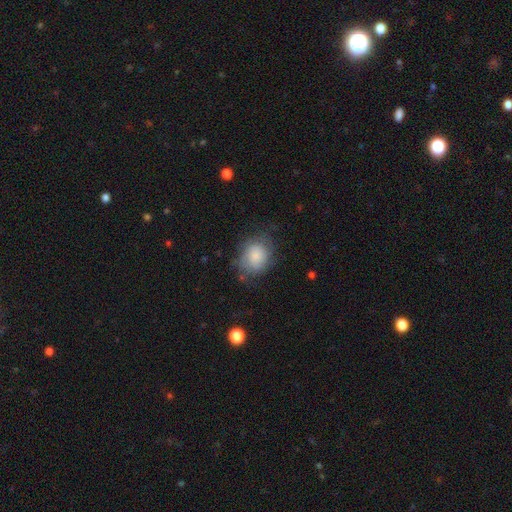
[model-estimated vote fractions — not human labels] Smooth or featured?
  - smooth: 76% *
  - featured or disk: 16%
  - star or artifact: 8%
How rounded?
  - round: 53% *
  - in between: 46%
  - cigar-shaped: 1%
Merging?
  - none: 61% *
  - minor disturbance: 25%
  - major disturbance: 12%
  - merger: 2%